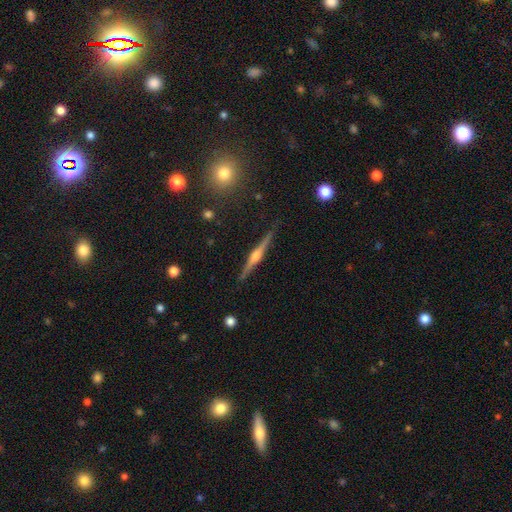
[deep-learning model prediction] Smooth or featured? Predicted: featured or disk (p=0.80). Edge-on disk? Predicted: yes (p=0.98). Edge-on bulge? Predicted: rounded (p=0.89). Merging? Predicted: none (p=0.90).